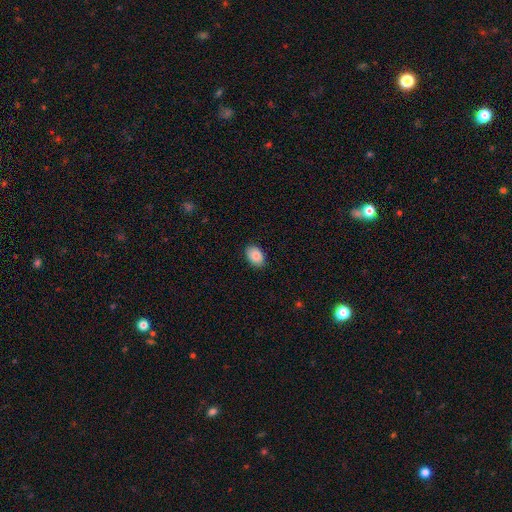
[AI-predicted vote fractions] Morphology: type=smooth (88%); roundness=in between (82%); merging=none (88%).